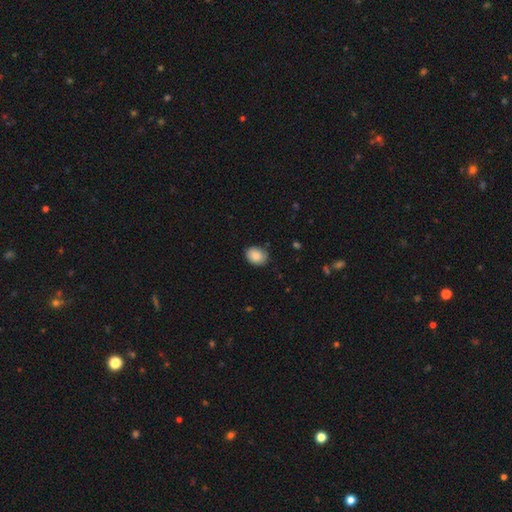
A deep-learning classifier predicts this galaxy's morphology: Smooth or featured?
  - smooth: 87% *
  - star or artifact: 7%
  - featured or disk: 6%
How rounded?
  - in between: 59% *
  - round: 40%
  - cigar-shaped: 1%
Merging?
  - none: 84% *
  - minor disturbance: 13%
  - major disturbance: 2%
  - merger: 1%